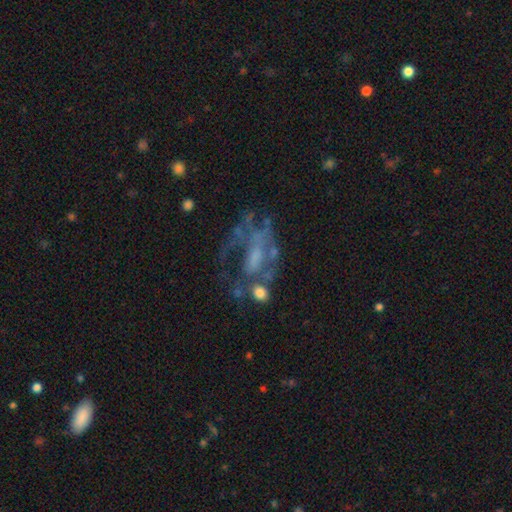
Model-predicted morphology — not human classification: This is likely a featured or disk galaxy (68%). It is clearly not viewed edge-on (95%). Bar: likely no (63%). Spiral arm pattern: possibly no (58%). Central bulge: marginally none (42%). Merging: marginally none (37%).